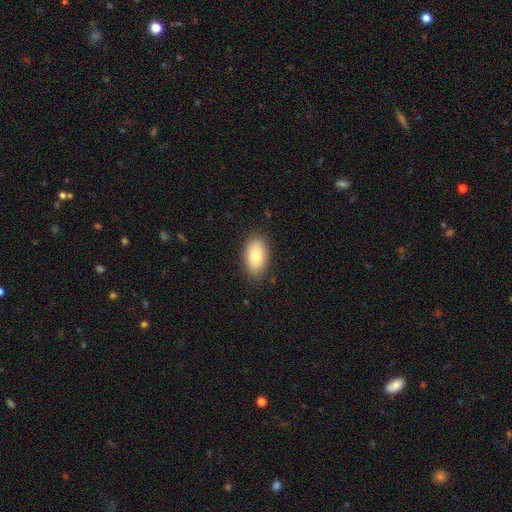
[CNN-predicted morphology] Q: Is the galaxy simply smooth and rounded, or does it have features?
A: smooth — 84%.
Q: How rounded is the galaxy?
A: in between — 94%.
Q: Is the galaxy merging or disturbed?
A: none — 85%.